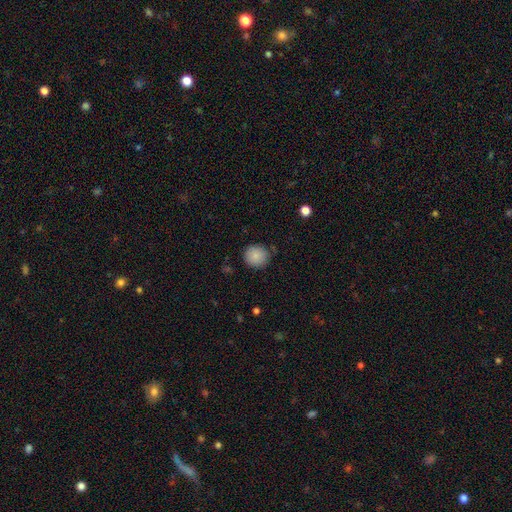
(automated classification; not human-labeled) smooth-or-featured: smooth: 86% | star or artifact: 9% | featured or disk: 6%
  how-rounded: round: 92% | in between: 7% | cigar-shaped: 1%
  merging: none: 82% | minor disturbance: 13% | major disturbance: 3% | merger: 2%